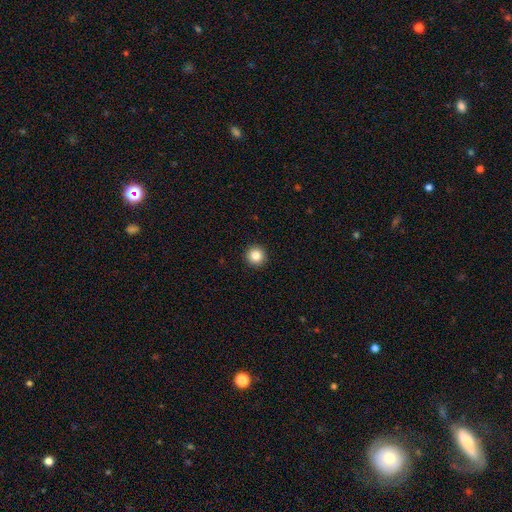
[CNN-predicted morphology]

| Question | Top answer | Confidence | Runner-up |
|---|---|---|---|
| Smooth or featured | smooth | 85% | star or artifact (10%) |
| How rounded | round | 96% | in between (3%) |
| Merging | none | 94% | minor disturbance (4%) |